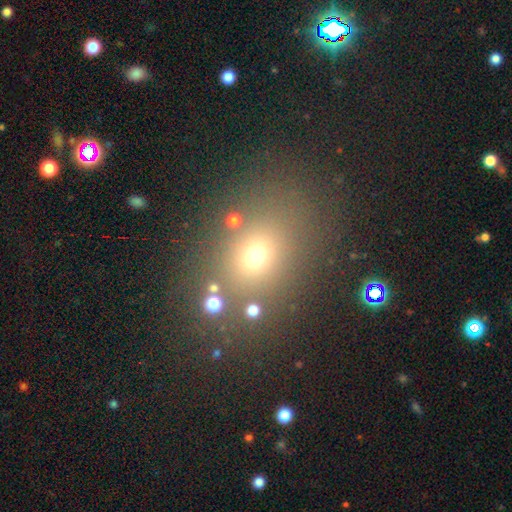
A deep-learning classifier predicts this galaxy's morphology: Smooth or featured? Predicted: smooth (p=0.62). How rounded? Predicted: in between (p=0.51). Merging? Predicted: none (p=0.79).